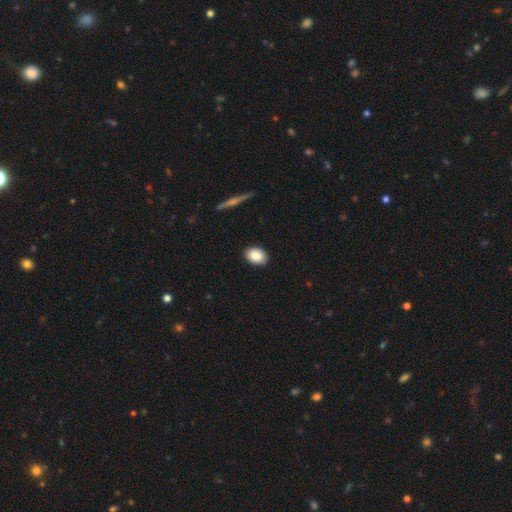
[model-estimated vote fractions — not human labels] Morphology: type=smooth (87%); roundness=in between (77%); merging=none (87%).